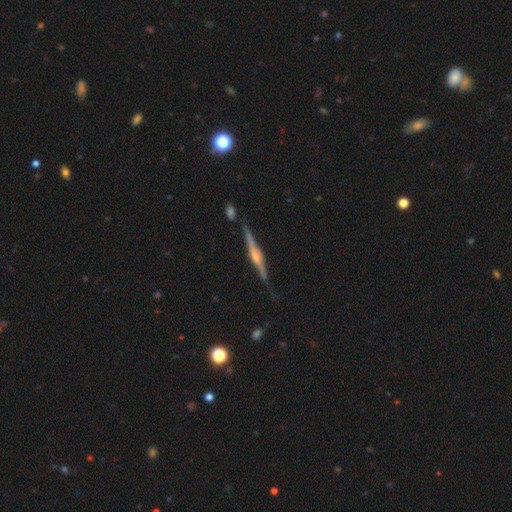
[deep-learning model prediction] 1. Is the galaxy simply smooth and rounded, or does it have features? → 80% featured or disk, 14% smooth, 6% star or artifact.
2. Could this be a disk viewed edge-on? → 97% yes, 3% no.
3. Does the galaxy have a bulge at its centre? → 68% rounded, 22% boxy, 10% none.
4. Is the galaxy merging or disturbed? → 78% none, 15% minor disturbance, 4% merger, 4% major disturbance.